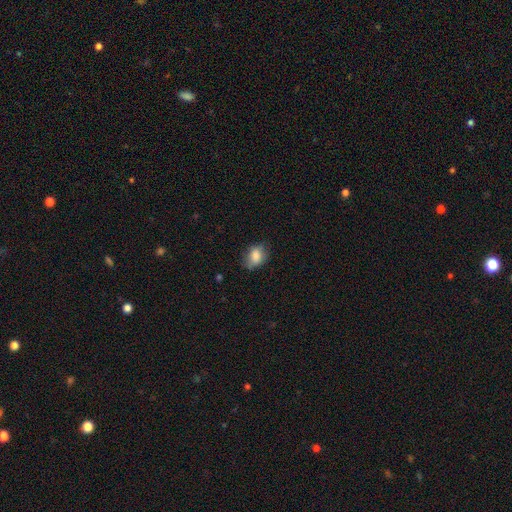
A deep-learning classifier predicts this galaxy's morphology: Smooth or featured? smooth (79%)
How rounded? in between (71%)
Merging? none (64%)